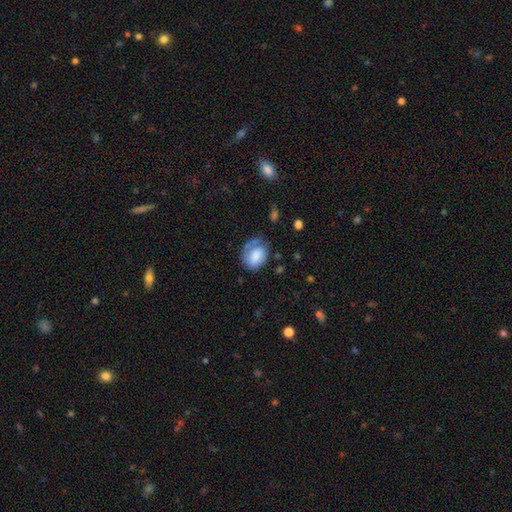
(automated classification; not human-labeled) Smooth or featured?
  - smooth: 70% *
  - featured or disk: 22%
  - star or artifact: 7%
How rounded?
  - in between: 61% *
  - round: 38%
  - cigar-shaped: 1%
Merging?
  - none: 50% *
  - minor disturbance: 28%
  - major disturbance: 17%
  - merger: 5%